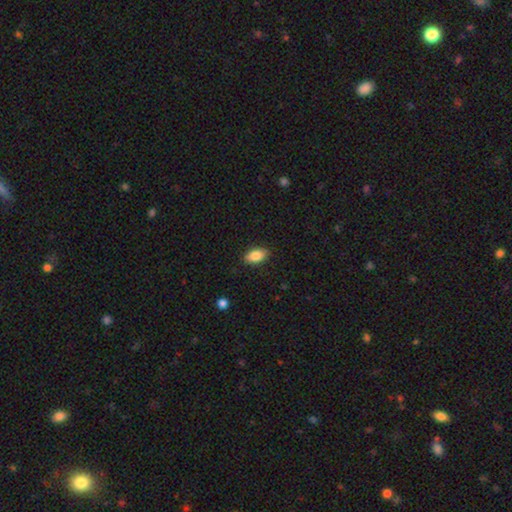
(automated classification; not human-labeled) Smooth or featured? Predicted: smooth (p=0.86). How rounded? Predicted: in between (p=0.91). Merging? Predicted: none (p=0.87).